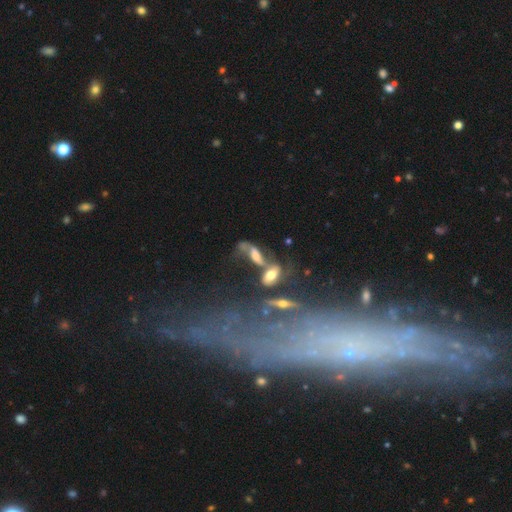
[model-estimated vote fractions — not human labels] smooth_or_featured: featured or disk (p=0.54) [alt: smooth p=0.33]
disk_edge_on: no (p=0.73) [alt: yes p=0.27]
merging: merger (p=0.44) [alt: none p=0.27]